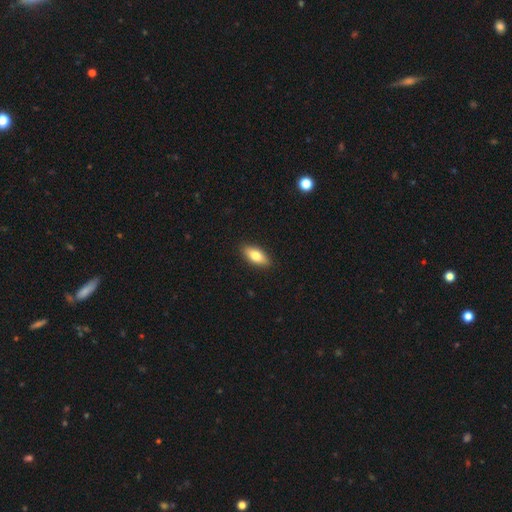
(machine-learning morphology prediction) The model was most divided on "smooth or featured": smooth: 77%, featured or disk: 16%, star or artifact: 6%. More confident: merging — none (90%); how rounded — in between (83%).